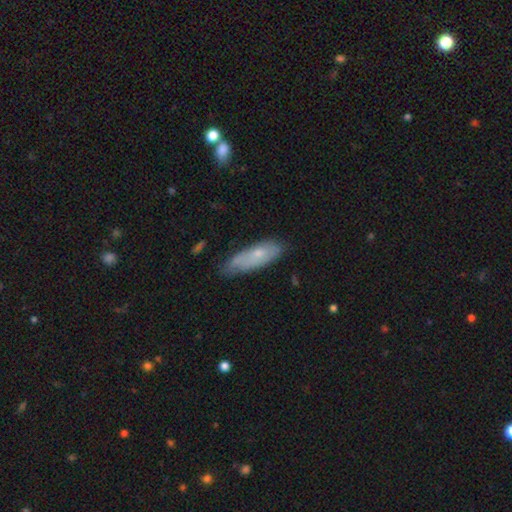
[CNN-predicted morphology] type=smooth (62%); roundness=in between (56%); merging=none (59%).